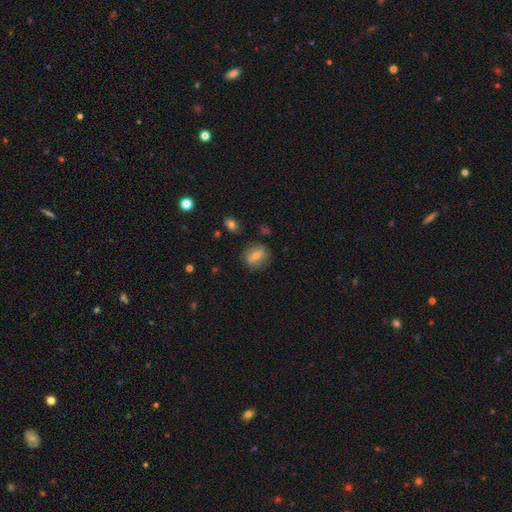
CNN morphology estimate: Smooth or featured: smooth — 59% (featured or disk — 31%)
How rounded: round — 56% (in between — 41%)
Merging: none — 76% (minor disturbance — 16%)